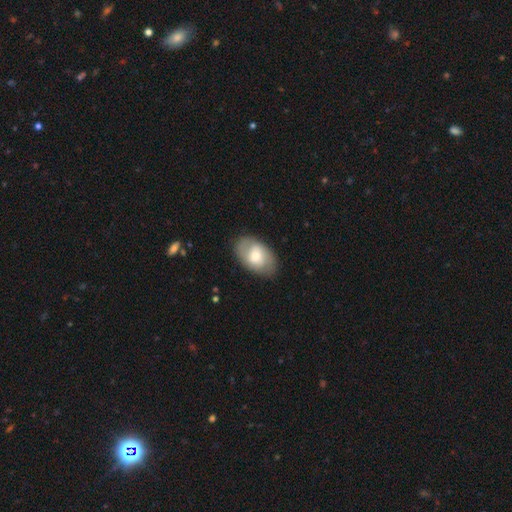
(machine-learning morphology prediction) The model was most divided on "smooth or featured": smooth: 51%, featured or disk: 43%, star or artifact: 6%. More confident: how rounded — in between (88%); merging — none (81%).